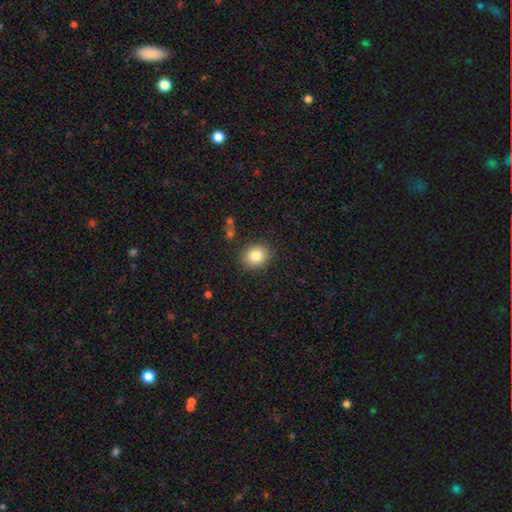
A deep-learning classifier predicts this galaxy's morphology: The model was most divided on "how rounded": round: 64%, in between: 35%, cigar-shaped: 1%. More confident: merging — none (87%); smooth or featured — smooth (83%).